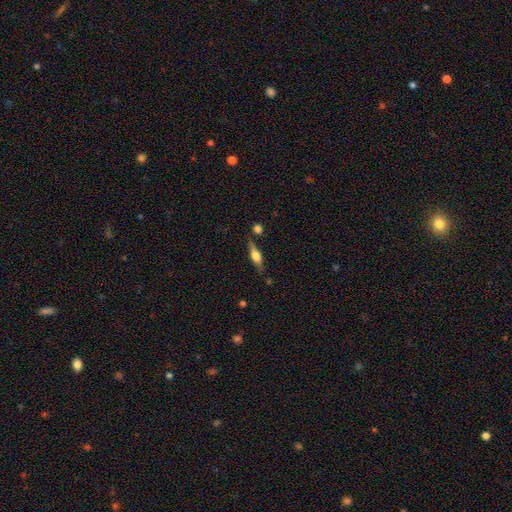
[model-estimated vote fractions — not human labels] The model was most divided on "smooth or featured": featured or disk: 50%, smooth: 43%, star or artifact: 7%. More confident: merging — none (74%).